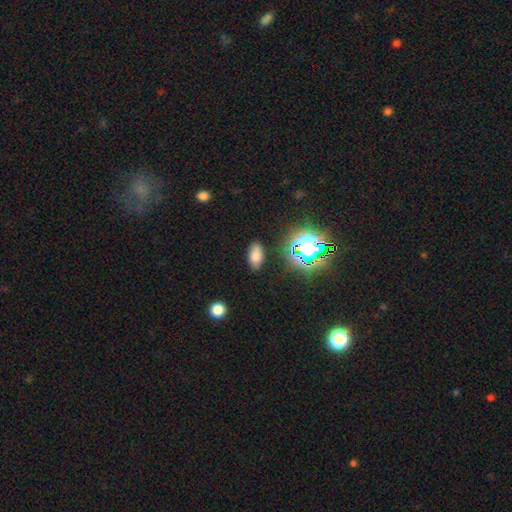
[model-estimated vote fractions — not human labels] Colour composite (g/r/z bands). It shows a smooth galaxy with no disk features (72%) that is in between round and cigar-shaped (90%). Merging: none (82%).